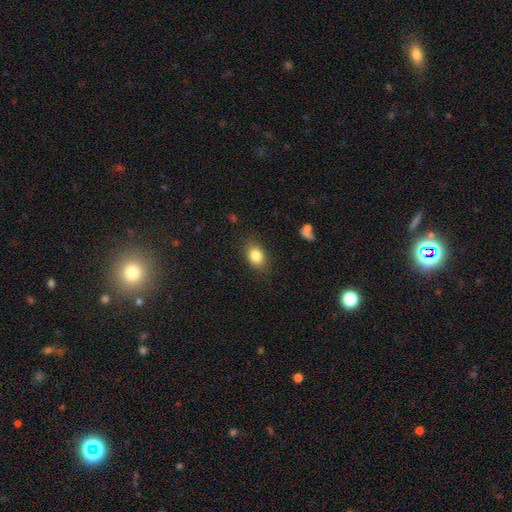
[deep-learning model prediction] This appears to be a smooth galaxy with no disk features (83%) that is in between round and cigar-shaped (73%). Merging: none (83%).